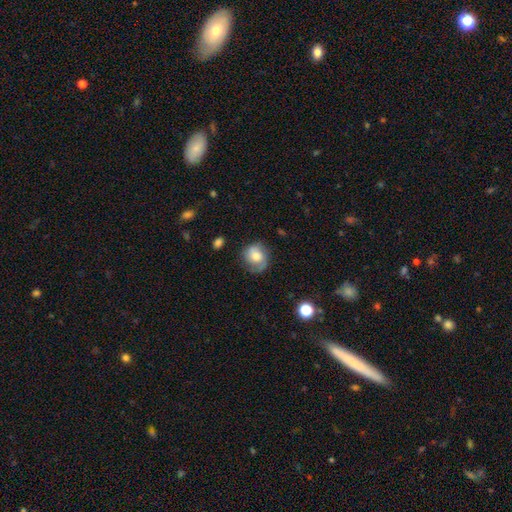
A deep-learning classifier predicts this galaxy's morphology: smooth 59%, featured or disk 33%, star or artifact 9%. Down the decision tree: how rounded — round (78%); merging — none (67%).